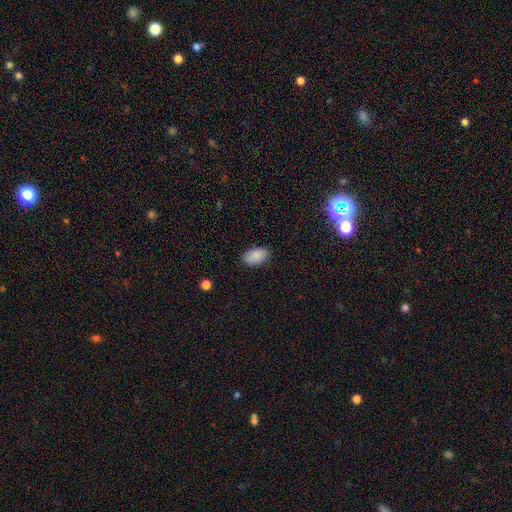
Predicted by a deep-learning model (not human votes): Smooth or featured?
  - smooth: 89% *
  - star or artifact: 7%
  - featured or disk: 4%
How rounded?
  - in between: 94% *
  - round: 4%
  - cigar-shaped: 2%
Merging?
  - none: 87% *
  - minor disturbance: 10%
  - major disturbance: 2%
  - merger: 1%